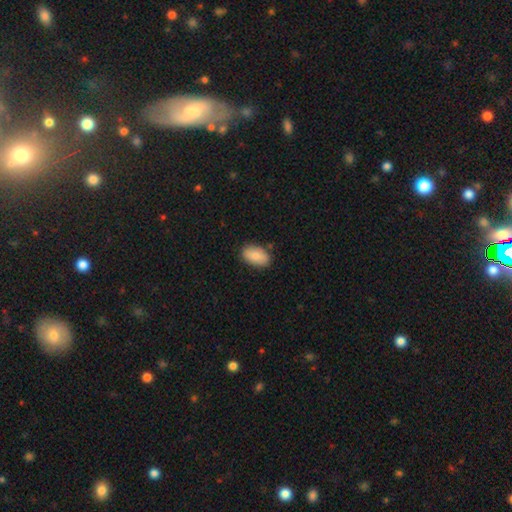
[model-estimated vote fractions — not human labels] Overall: smooth (83%). How rounded: in between (93%). Merging: none (83%).